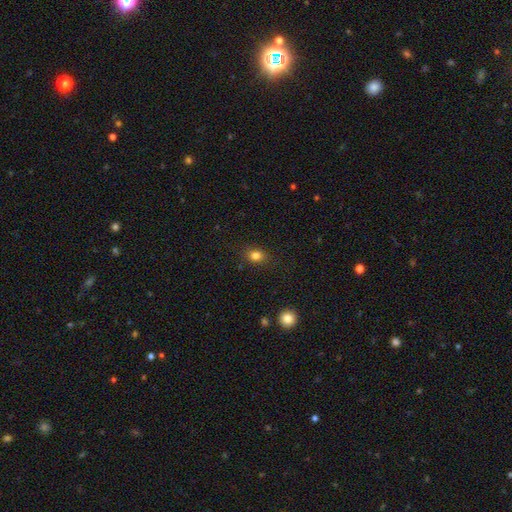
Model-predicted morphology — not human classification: Smooth or featured?
  - smooth: 82% *
  - star or artifact: 12%
  - featured or disk: 6%
How rounded?
  - in between: 51% *
  - round: 48%
  - cigar-shaped: 1%
Merging?
  - none: 85% *
  - minor disturbance: 11%
  - major disturbance: 3%
  - merger: 1%